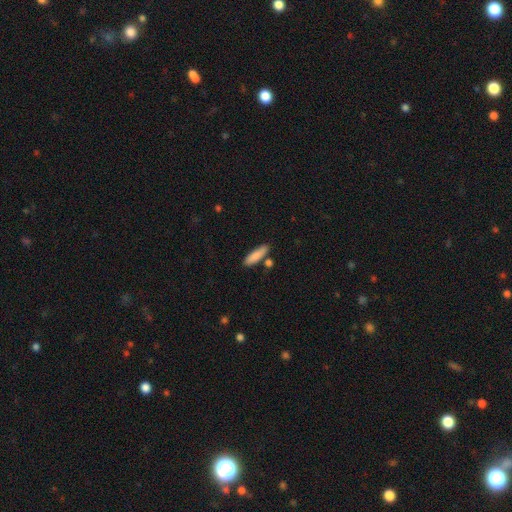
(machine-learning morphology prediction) The model was most divided on "how rounded": cigar-shaped: 63%, in between: 35%, round: 2%. More confident: smooth or featured — smooth (86%); merging — none (79%).